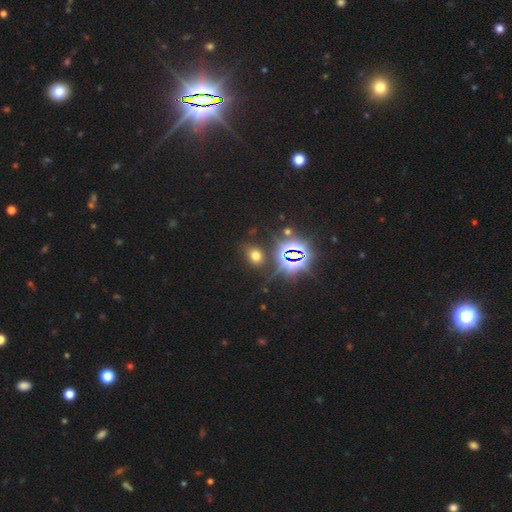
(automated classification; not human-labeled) A smooth galaxy with no disk features (55%) that is in between round and cigar-shaped (55%). Merging: none (80%).